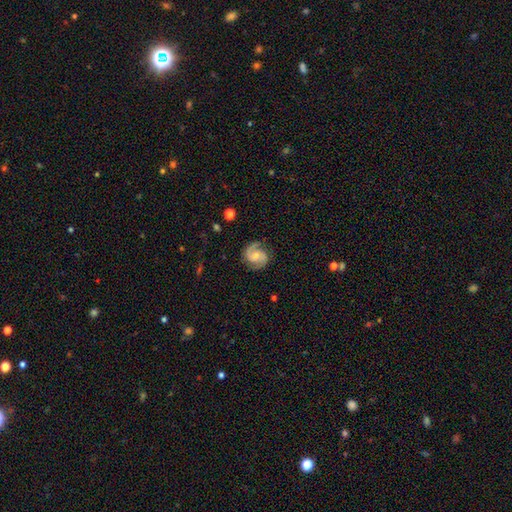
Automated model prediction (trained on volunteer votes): Q: Smooth or featured?
A: featured or disk (86%); runner-up: smooth (9%)
Q: Edge-on disk?
A: no (98%); runner-up: yes (2%)
Q: Bar?
A: no (51%); runner-up: weak (40%)
Q: Spiral arms?
A: yes (98%); runner-up: no (2%)
Q: Spiral winding?
A: medium (53%); runner-up: tight (33%)
Q: Spiral arm count?
A: 2 (92%); runner-up: can't tell (3%)
Q: Bulge size?
A: small (49%); runner-up: moderate (40%)
Q: Merging?
A: none (81%); runner-up: minor disturbance (13%)